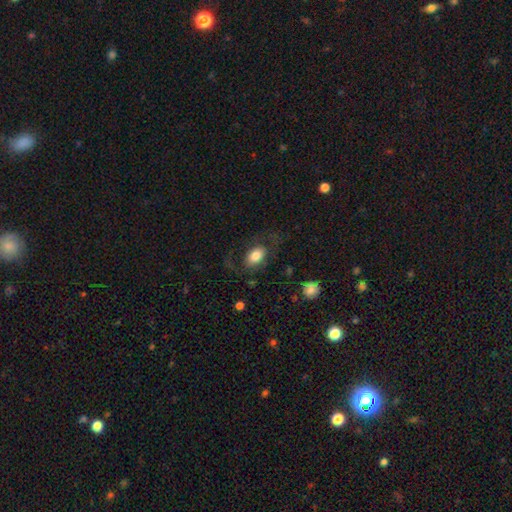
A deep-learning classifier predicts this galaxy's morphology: smooth_or_featured: smooth (p=0.76) [alt: featured or disk p=0.17]
how_rounded: in between (p=0.86) [alt: round p=0.12]
merging: none (p=0.65) [alt: major disturbance p=0.17]